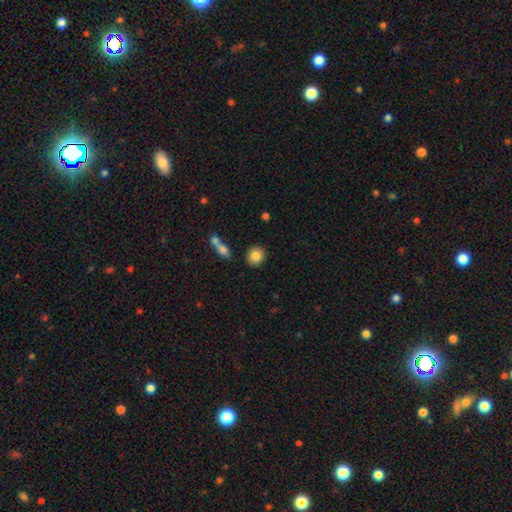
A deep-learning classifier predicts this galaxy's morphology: Smooth or featured? smooth (86%)
How rounded? round (75%)
Merging? none (84%)